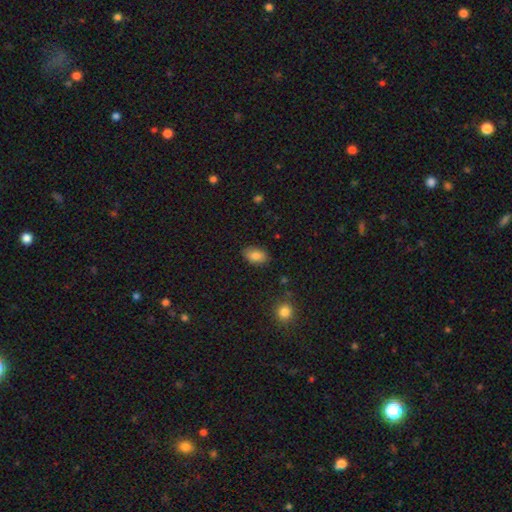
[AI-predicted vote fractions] smooth_or_featured: smooth (p=0.85) [alt: star or artifact p=0.08]
how_rounded: in between (p=0.89) [alt: round p=0.09]
merging: none (p=0.86) [alt: minor disturbance p=0.10]